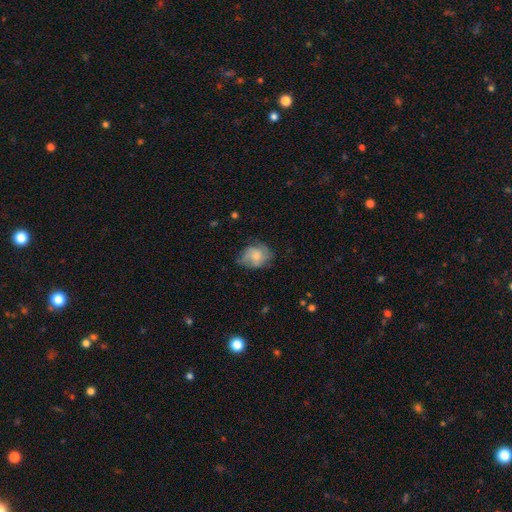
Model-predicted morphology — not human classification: Q: Smooth or featured?
A: smooth (50%); runner-up: featured or disk (42%)
Q: How rounded?
A: round (50%); runner-up: in between (49%)
Q: Merging?
A: none (57%); runner-up: minor disturbance (29%)